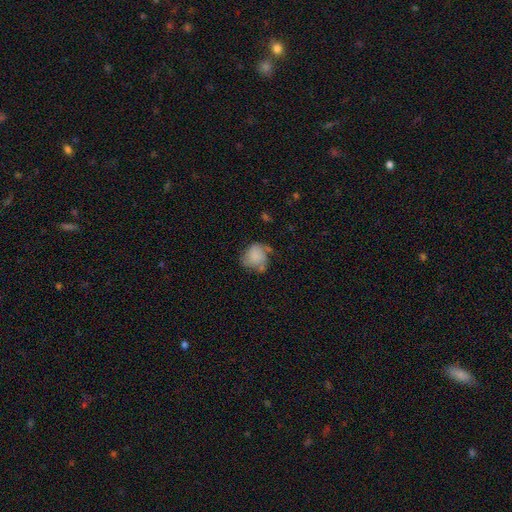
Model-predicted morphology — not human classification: type=smooth (68%); roundness=round (61%); merging=none (43%).